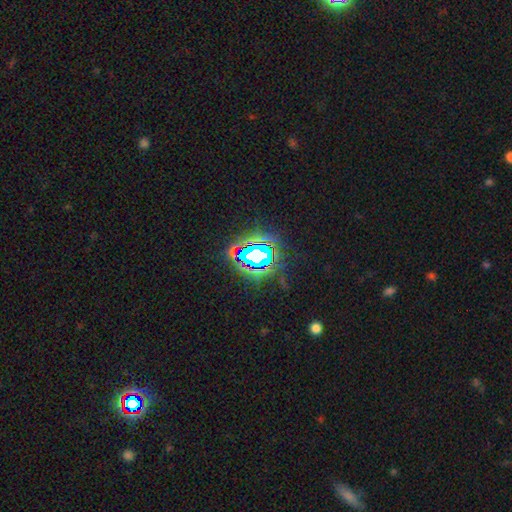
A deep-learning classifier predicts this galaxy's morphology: Smooth or featured?
  - star or artifact: 83% *
  - smooth: 11%
  - featured or disk: 6%